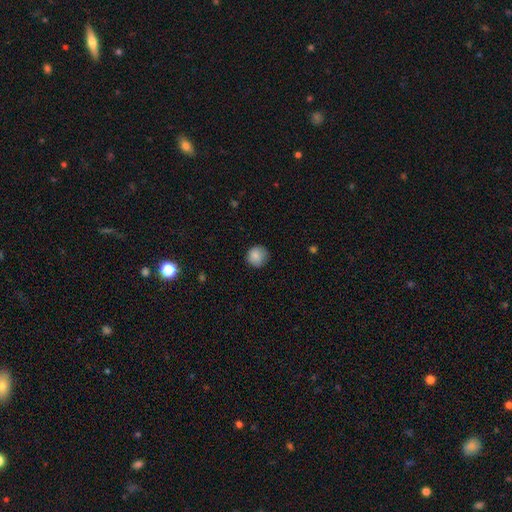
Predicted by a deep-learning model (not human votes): Overall: smooth (87%). How rounded: round (91%). Merging: none (83%).